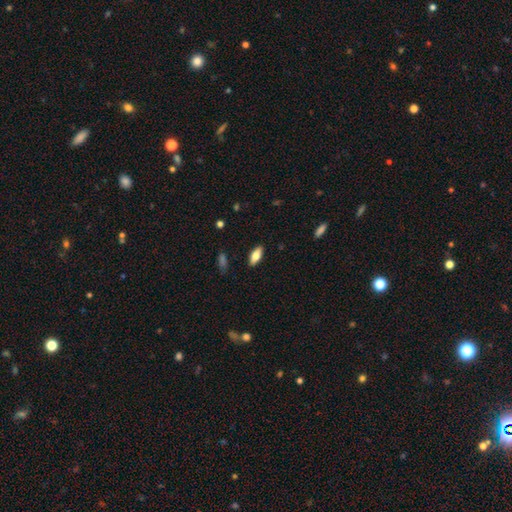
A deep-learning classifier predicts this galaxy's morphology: Q: Smooth or featured?
A: smooth (71%); runner-up: featured or disk (22%)
Q: How rounded?
A: in between (77%); runner-up: cigar-shaped (21%)
Q: Merging?
A: none (88%); runner-up: minor disturbance (9%)